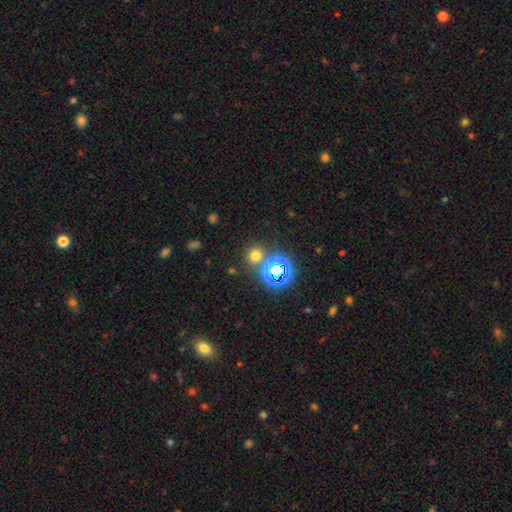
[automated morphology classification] Q: Smooth or featured?
A: smooth (62%); runner-up: star or artifact (32%)
Q: How rounded?
A: round (86%); runner-up: in between (13%)
Q: Merging?
A: none (75%); runner-up: merger (14%)